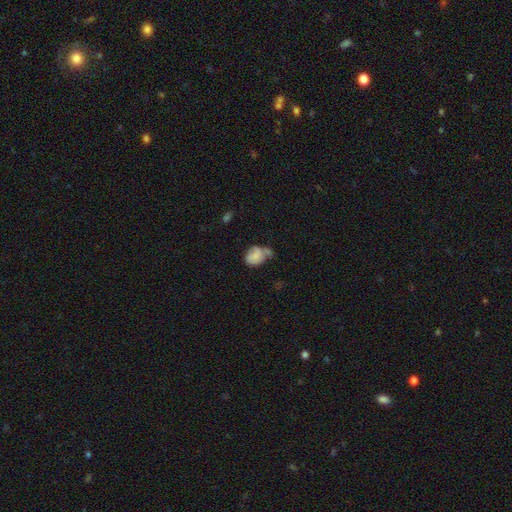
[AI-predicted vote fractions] A smooth galaxy with no disk features (65%) that is in between round and cigar-shaped (65%).

Vote fractions:
- Smooth or featured? smooth: 65% / featured or disk: 26% / star or artifact: 9%
- How rounded? in between: 65% / round: 34% / cigar-shaped: 1%
- Merging? minor disturbance: 32% / none: 28% / merger: 21% / major disturbance: 19%